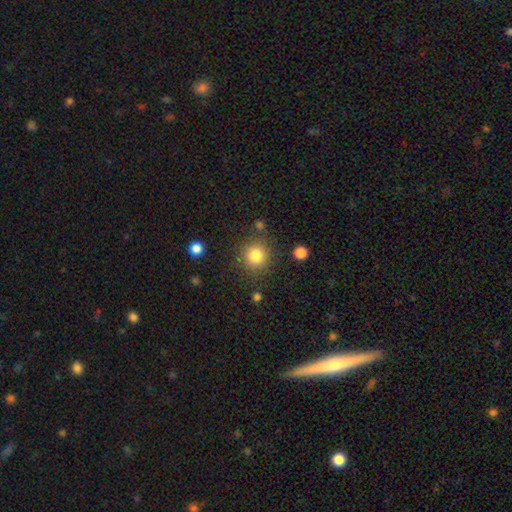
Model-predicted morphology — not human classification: The model was most divided on "smooth or featured": smooth: 83%, star or artifact: 11%, featured or disk: 6%. More confident: how rounded — round (92%); merging — none (84%).